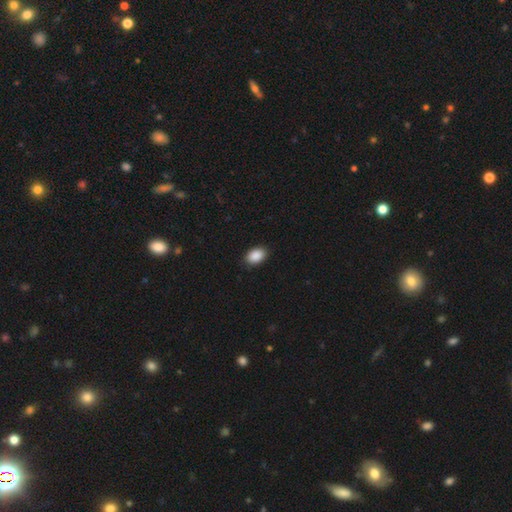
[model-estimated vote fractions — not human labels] smooth 90%, star or artifact 7%, featured or disk 3%. Down the decision tree: how rounded — in between (88%); merging — none (88%).